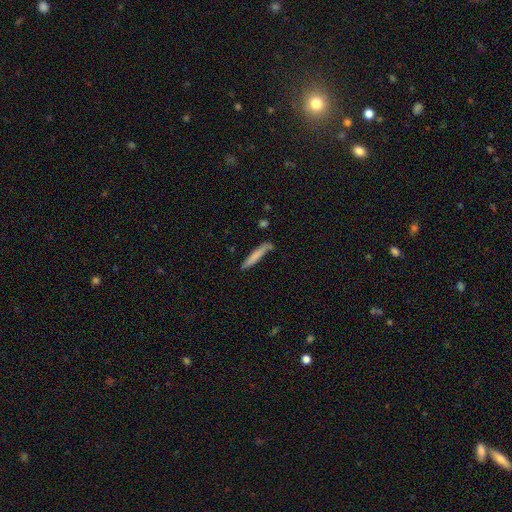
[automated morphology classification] smooth-or-featured: smooth: 74% | featured or disk: 20% | star or artifact: 6%
  how-rounded: cigar-shaped: 94% | in between: 5% | round: 1%
  merging: none: 74% | minor disturbance: 18% | merger: 4% | major disturbance: 4%